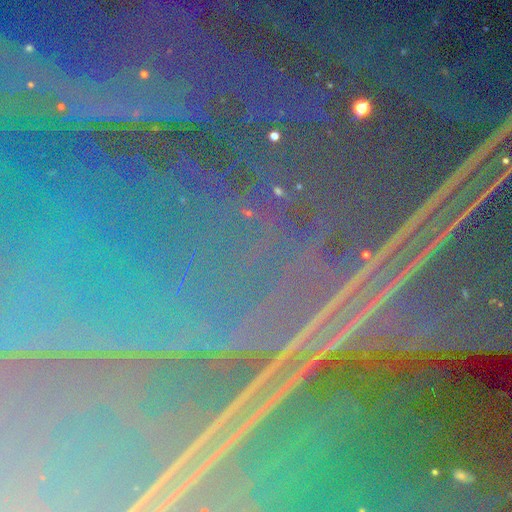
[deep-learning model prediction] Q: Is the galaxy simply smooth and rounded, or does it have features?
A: star or artifact — 91%.